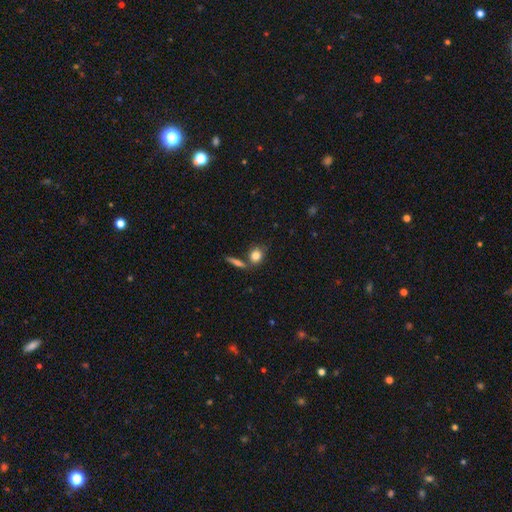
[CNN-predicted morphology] type=smooth (82%); roundness=round (51%); merging=none (64%).